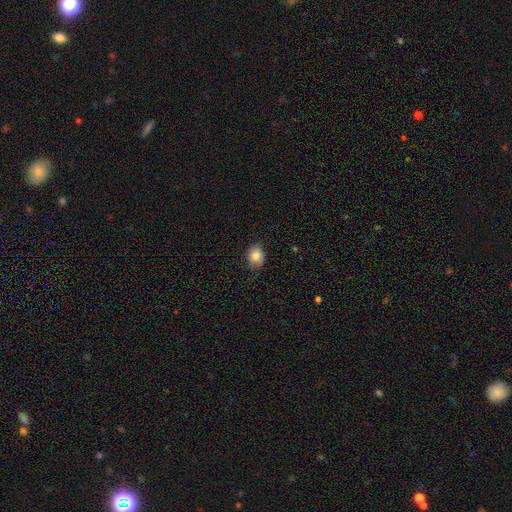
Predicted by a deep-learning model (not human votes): Smooth or featured? Predicted: smooth (p=0.83). How rounded? Predicted: round (p=0.50). Merging? Predicted: none (p=0.68).